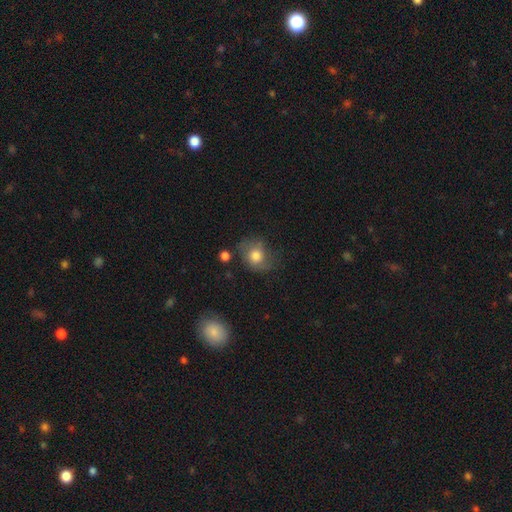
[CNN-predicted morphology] The model was most divided on "merging": none: 51%, minor disturbance: 28%, major disturbance: 18%, merger: 4%. More confident: smooth or featured — smooth (70%); how rounded — round (62%).